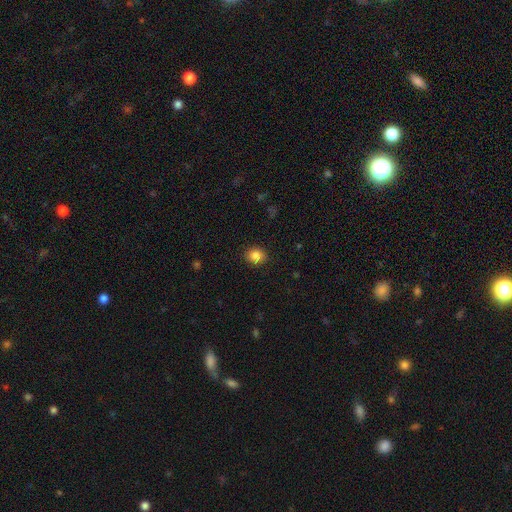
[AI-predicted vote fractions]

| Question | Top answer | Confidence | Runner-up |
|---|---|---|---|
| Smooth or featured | smooth | 84% | star or artifact (11%) |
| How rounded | round | 74% | in between (25%) |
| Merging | none | 85% | minor disturbance (11%) |